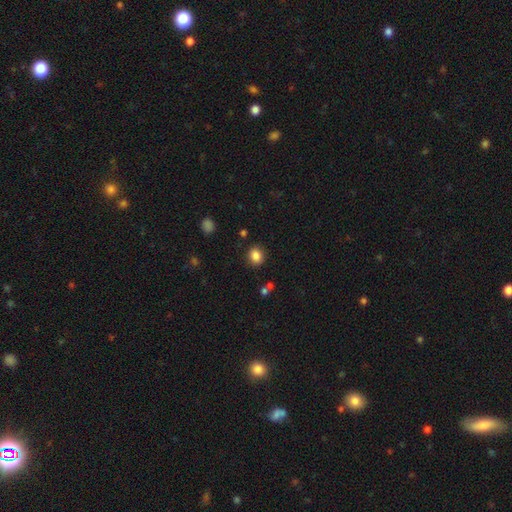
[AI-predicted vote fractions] A smooth galaxy with no disk features (85%) that is round (57%).

Vote fractions:
- Smooth or featured? smooth: 85% / star or artifact: 11% / featured or disk: 4%
- How rounded? round: 57% / in between: 42% / cigar-shaped: 1%
- Merging? none: 86% / minor disturbance: 9% / major disturbance: 3% / merger: 3%